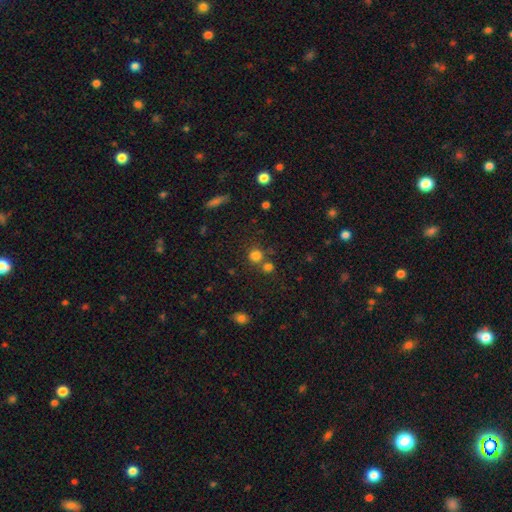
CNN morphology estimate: A smooth galaxy with no disk features (77%) that is round (82%). Merging: none (59%).